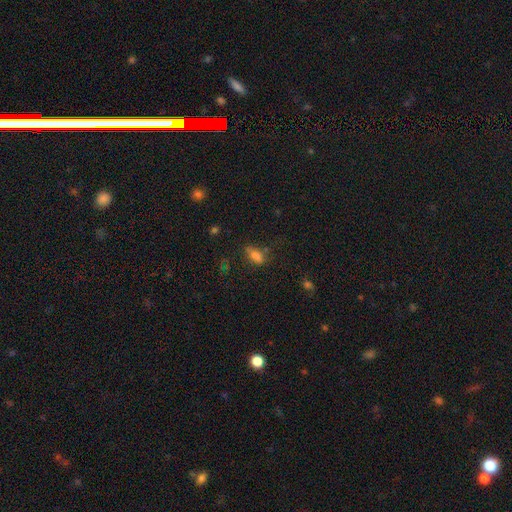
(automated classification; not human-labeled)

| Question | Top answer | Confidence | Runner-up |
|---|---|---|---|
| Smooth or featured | smooth | 73% | star or artifact (17%) |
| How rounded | in between | 80% | cigar-shaped (12%) |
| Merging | none | 50% | minor disturbance (25%) |